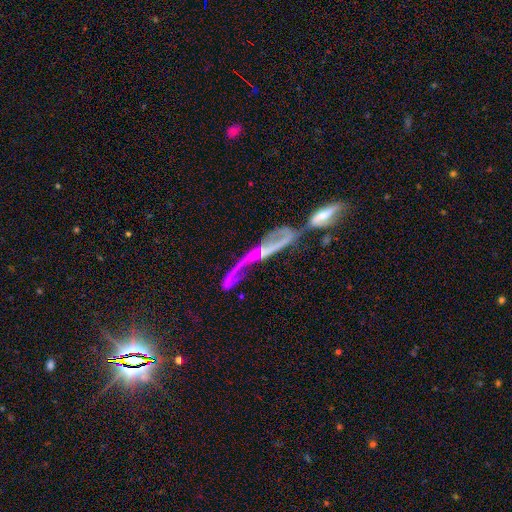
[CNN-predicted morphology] This appears to be a featured or disk galaxy (73%) with no bar (47%), spiral arms (76%) and a small central bulge (54%). Merging: merger (42%).